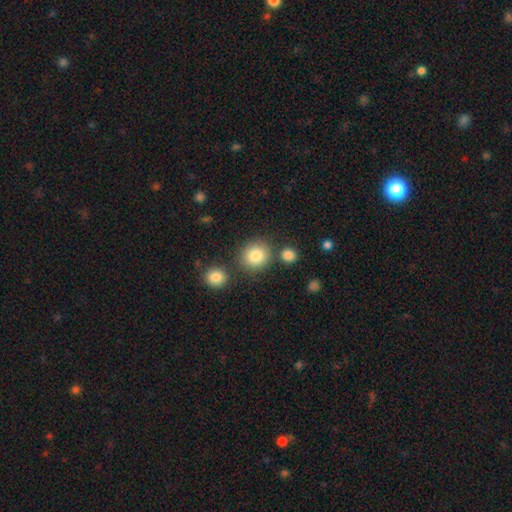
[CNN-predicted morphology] Smooth or featured: smooth — 84% (star or artifact — 10%)
How rounded: round — 86% (in between — 13%)
Merging: none — 77% (merger — 10%)